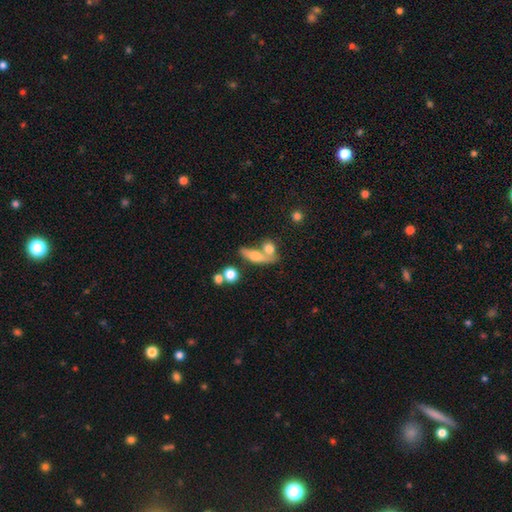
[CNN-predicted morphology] Smooth or featured? Predicted: smooth (p=0.58). How rounded? Predicted: in between (p=0.49). Merging? Predicted: merger (p=0.42).